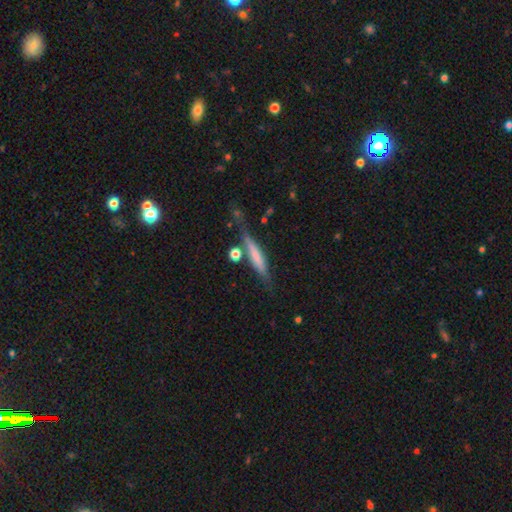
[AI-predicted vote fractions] smooth-or-featured: smooth: 50% | featured or disk: 43% | star or artifact: 7%
  merging: none: 66% | minor disturbance: 18% | merger: 9% | major disturbance: 6%